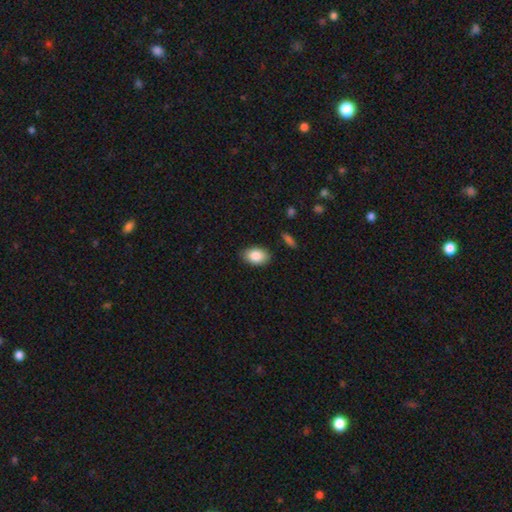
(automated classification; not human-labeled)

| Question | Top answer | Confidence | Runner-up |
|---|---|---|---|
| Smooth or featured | smooth | 87% | star or artifact (7%) |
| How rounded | in between | 88% | round (11%) |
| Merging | none | 85% | minor disturbance (11%) |